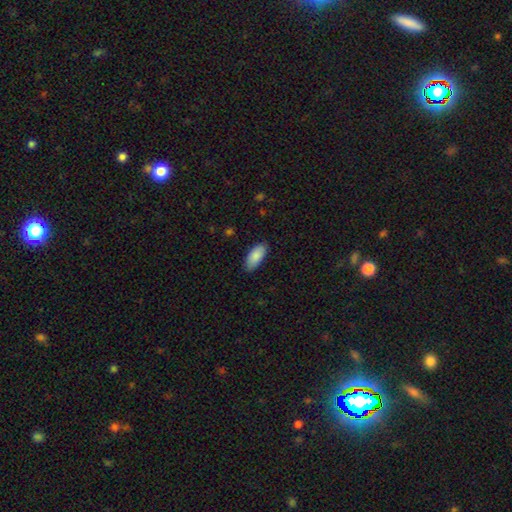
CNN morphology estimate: smooth_or_featured: smooth (p=0.89) [alt: featured or disk p=0.06]
how_rounded: in between (p=0.90) [alt: cigar-shaped p=0.09]
merging: none (p=0.86) [alt: minor disturbance p=0.11]